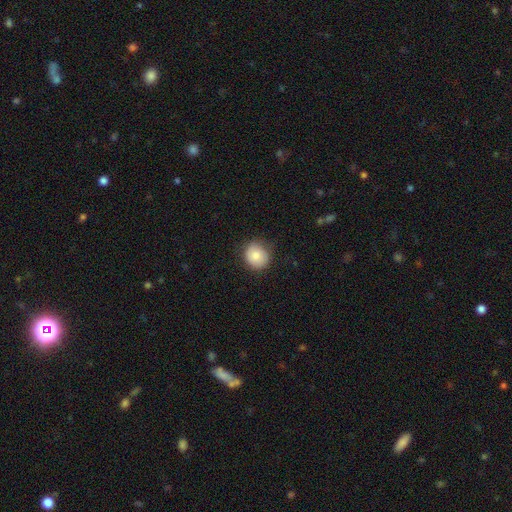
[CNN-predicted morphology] A smooth galaxy with no disk features (82%) that is round (86%).

Vote fractions:
- Smooth or featured? smooth: 82% / featured or disk: 10% / star or artifact: 8%
- How rounded? round: 86% / in between: 13% / cigar-shaped: 1%
- Merging? none: 80% / minor disturbance: 15% / major disturbance: 3% / merger: 1%